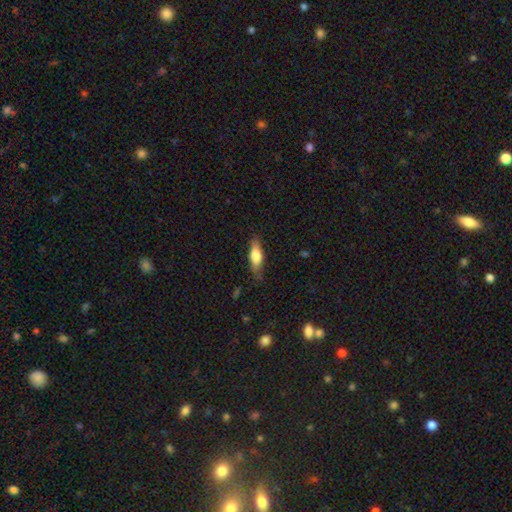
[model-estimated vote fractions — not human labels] A smooth galaxy with no disk features (66%) that is in between round and cigar-shaped (52%). Merging: none (78%).